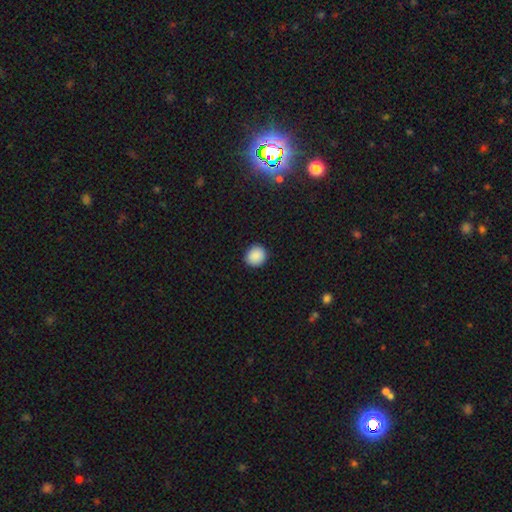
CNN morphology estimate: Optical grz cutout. It shows a smooth galaxy with no disk features (89%) that is round (84%). Merging: none (91%).